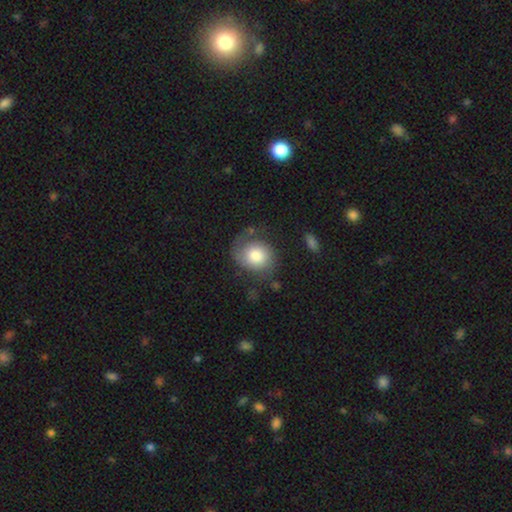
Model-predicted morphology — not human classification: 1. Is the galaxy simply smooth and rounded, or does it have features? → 52% smooth, 41% featured or disk, 8% star or artifact.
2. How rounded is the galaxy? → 67% round, 32% in between, 1% cigar-shaped.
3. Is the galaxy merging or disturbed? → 55% none, 24% minor disturbance, 19% major disturbance, 3% merger.